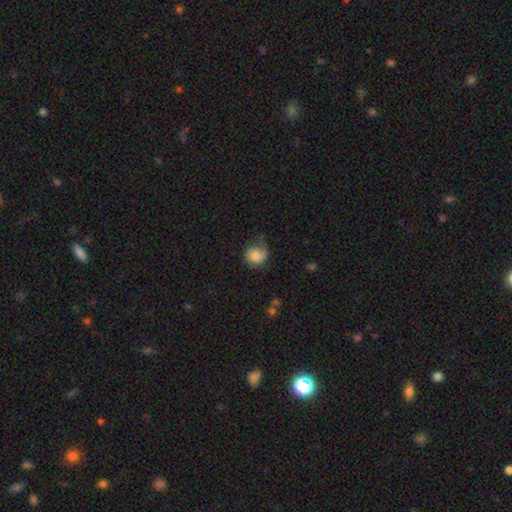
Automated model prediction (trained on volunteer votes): This is possibly a smooth galaxy (54%). How rounded: likely round (77%). Merging: possibly none (49%).